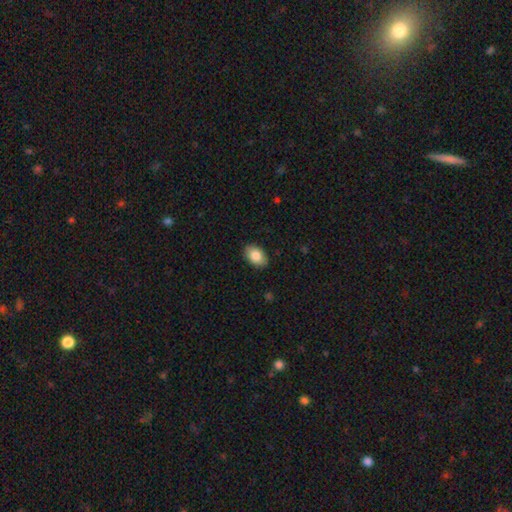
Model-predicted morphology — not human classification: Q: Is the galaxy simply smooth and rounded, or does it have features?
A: smooth — 84%.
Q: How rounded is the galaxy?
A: in between — 89%.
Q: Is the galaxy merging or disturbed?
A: none — 88%.